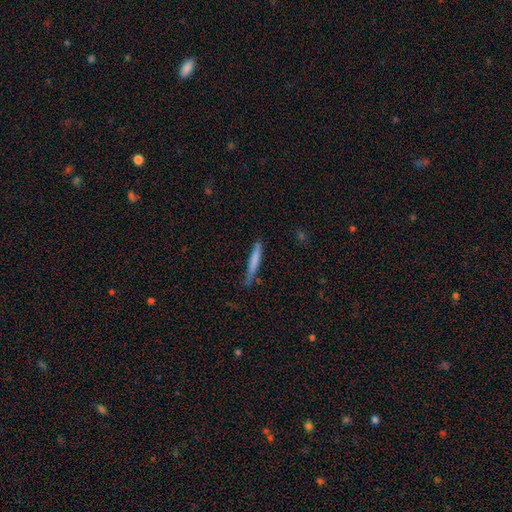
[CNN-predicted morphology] Smooth or featured: smooth — 66% (featured or disk — 27%)
How rounded: cigar-shaped — 96% (in between — 3%)
Merging: none — 74% (minor disturbance — 20%)